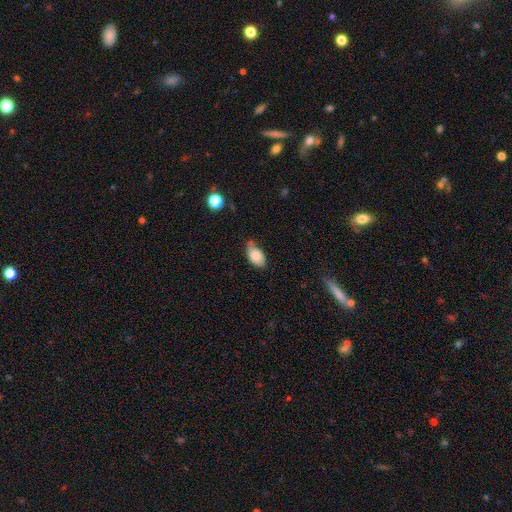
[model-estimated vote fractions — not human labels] This is clearly a smooth galaxy (81%). How rounded: clearly in between (93%). Merging: possibly none (48%).